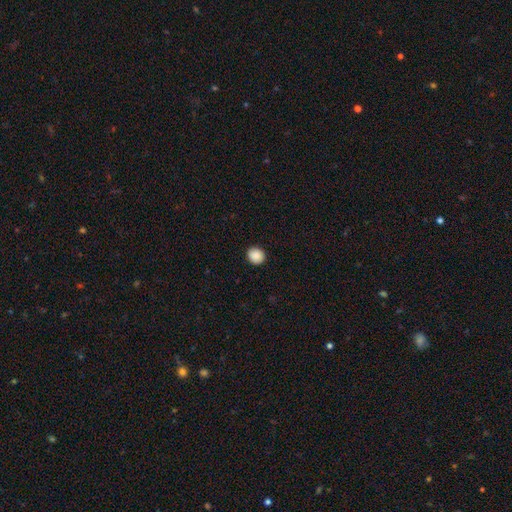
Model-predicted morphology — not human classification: Smooth or featured?
  - smooth: 89% *
  - star or artifact: 8%
  - featured or disk: 3%
How rounded?
  - round: 84% *
  - in between: 15%
  - cigar-shaped: 1%
Merging?
  - none: 91% *
  - minor disturbance: 6%
  - major disturbance: 2%
  - merger: 1%